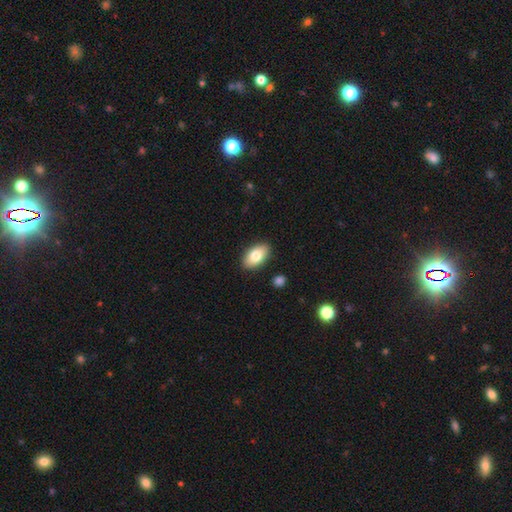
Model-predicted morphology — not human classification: This appears to be a smooth galaxy with no disk features (80%) that is in between round and cigar-shaped (94%). Merging: none (89%).